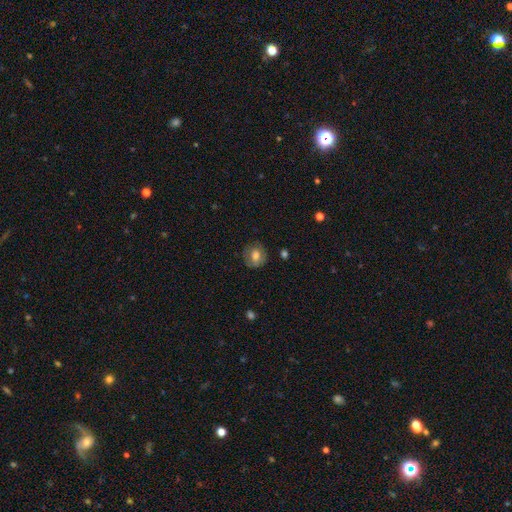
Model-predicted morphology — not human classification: This appears to be a smooth galaxy with no disk features (68%) that is round (75%). Merging: none (79%).